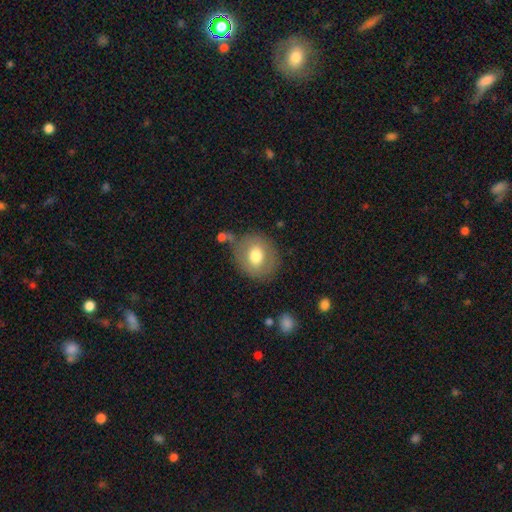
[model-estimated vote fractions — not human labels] Q: Smooth or featured?
A: smooth (68%); runner-up: featured or disk (25%)
Q: How rounded?
A: round (73%); runner-up: in between (26%)
Q: Merging?
A: none (72%); runner-up: minor disturbance (16%)